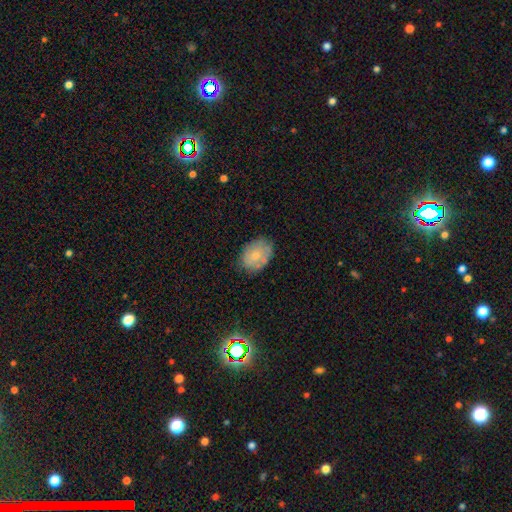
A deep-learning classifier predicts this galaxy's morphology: Q: Smooth or featured?
A: smooth (68%); runner-up: featured or disk (24%)
Q: How rounded?
A: in between (73%); runner-up: round (26%)
Q: Merging?
A: none (69%); runner-up: minor disturbance (21%)